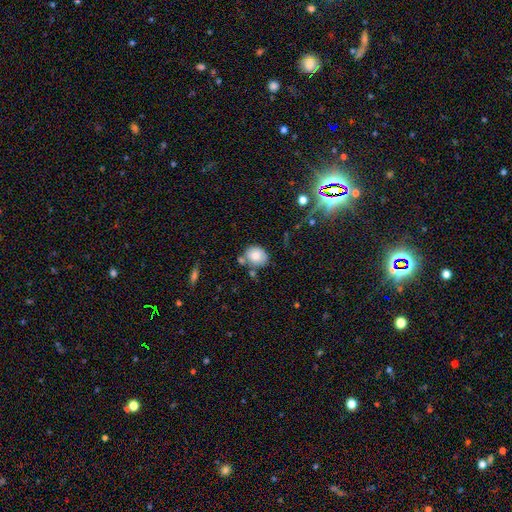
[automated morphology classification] Smooth or featured?
  - smooth: 81% *
  - featured or disk: 10%
  - star or artifact: 9%
How rounded?
  - round: 57% *
  - in between: 42%
  - cigar-shaped: 1%
Merging?
  - none: 62% *
  - minor disturbance: 19%
  - merger: 14%
  - major disturbance: 5%